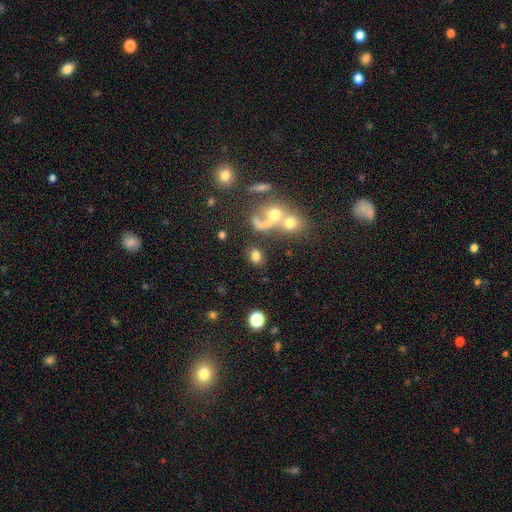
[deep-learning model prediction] This is likely a smooth galaxy (72%). How rounded: likely in between (64%). Merging: possibly none (59%).